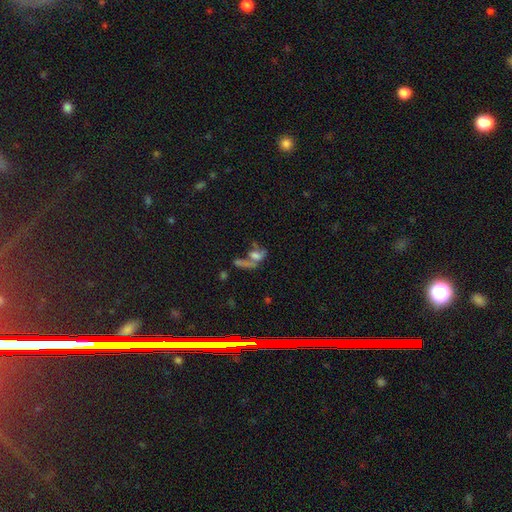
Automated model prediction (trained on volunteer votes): Morphology: type=smooth (46%); merging=merger (38%).